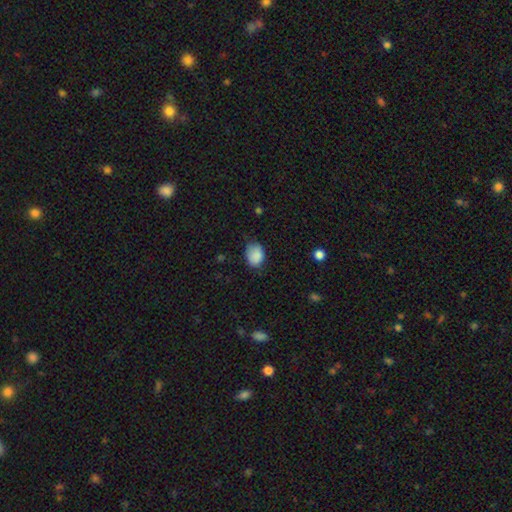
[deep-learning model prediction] smooth-or-featured: smooth: 86% | star or artifact: 8% | featured or disk: 5%
  how-rounded: in between: 69% | round: 30% | cigar-shaped: 1%
  merging: none: 62% | minor disturbance: 31% | major disturbance: 6% | merger: 1%